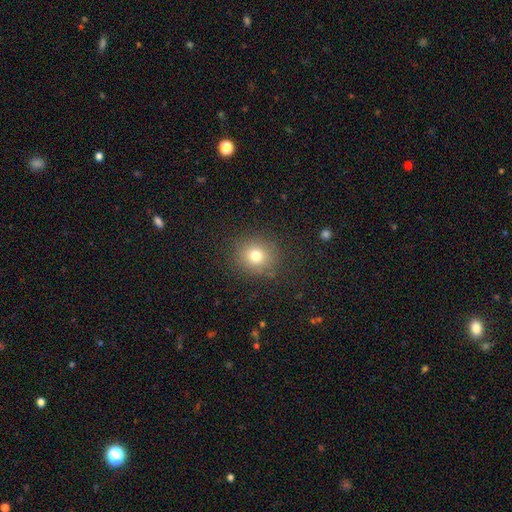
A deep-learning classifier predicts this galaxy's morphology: A smooth galaxy with no disk features (76%) that is round (86%).

Vote fractions:
- Smooth or featured? smooth: 76% / star or artifact: 15% / featured or disk: 9%
- How rounded? round: 86% / in between: 13% / cigar-shaped: 1%
- Merging? none: 86% / minor disturbance: 9% / major disturbance: 4% / merger: 1%